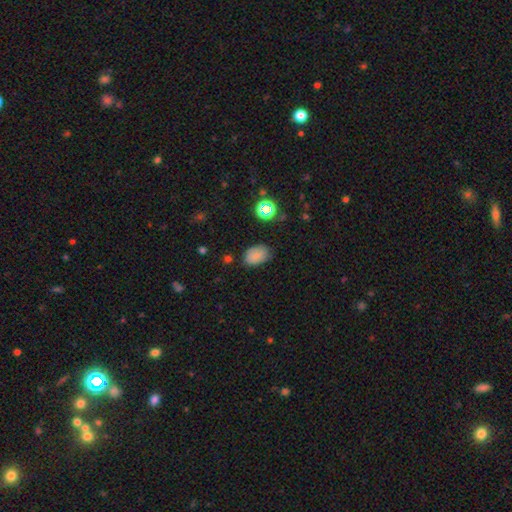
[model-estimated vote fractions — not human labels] Morphology: type=smooth (76%); roundness=in between (83%); merging=none (75%).